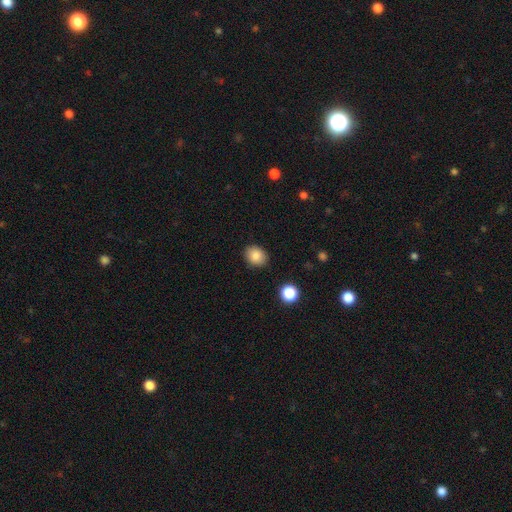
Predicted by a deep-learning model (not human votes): This is clearly a smooth galaxy (85%). How rounded: possibly round (53%). Merging: clearly none (87%).